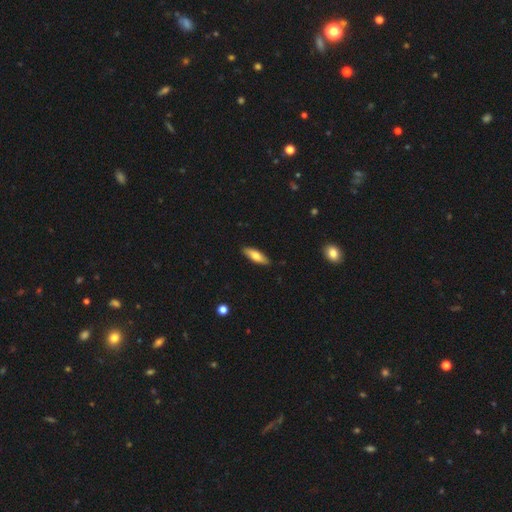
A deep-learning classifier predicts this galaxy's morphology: smooth-or-featured: smooth: 71% | featured or disk: 23% | star or artifact: 6%
  how-rounded: in between: 50% | cigar-shaped: 48% | round: 2%
  merging: none: 88% | minor disturbance: 9% | major disturbance: 2% | merger: 1%